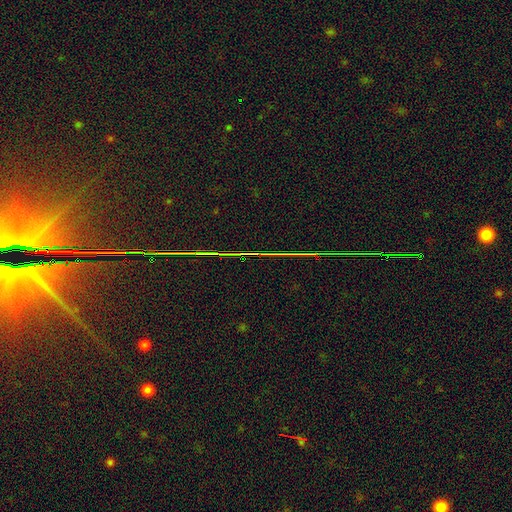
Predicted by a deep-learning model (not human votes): Morphology: type=star or artifact (85%).